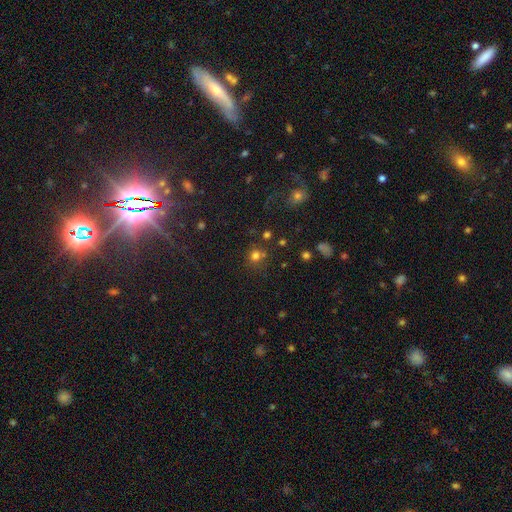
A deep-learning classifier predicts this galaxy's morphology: type=smooth (70%); roundness=round (87%); merging=none (69%).